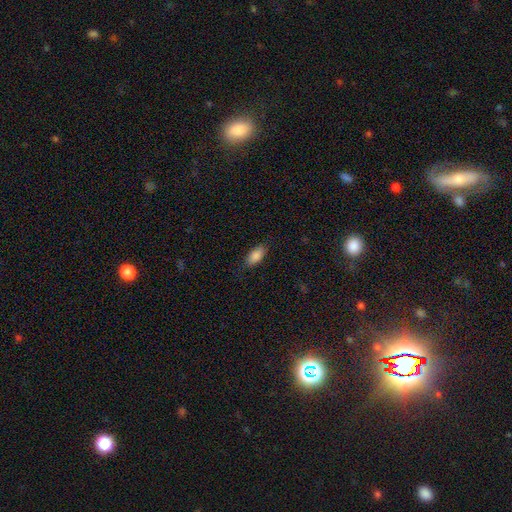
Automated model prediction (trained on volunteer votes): Smooth or featured? smooth (87%)
How rounded? in between (91%)
Merging? none (82%)